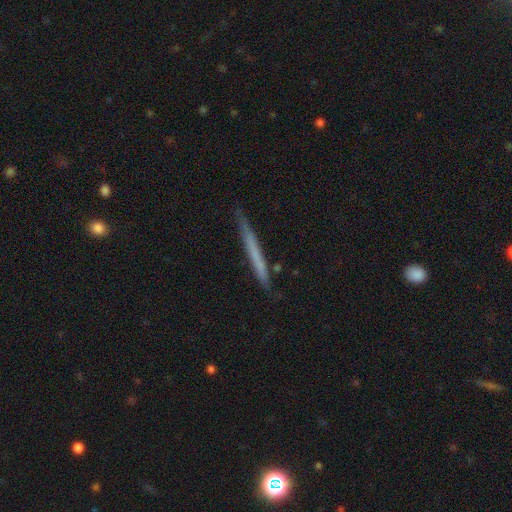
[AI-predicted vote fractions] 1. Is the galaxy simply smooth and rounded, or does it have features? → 52% smooth, 42% featured or disk, 6% star or artifact.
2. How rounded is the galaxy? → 97% cigar-shaped, 2% in between, 1% round.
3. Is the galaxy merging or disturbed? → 86% none, 10% minor disturbance, 2% major disturbance, 2% merger.